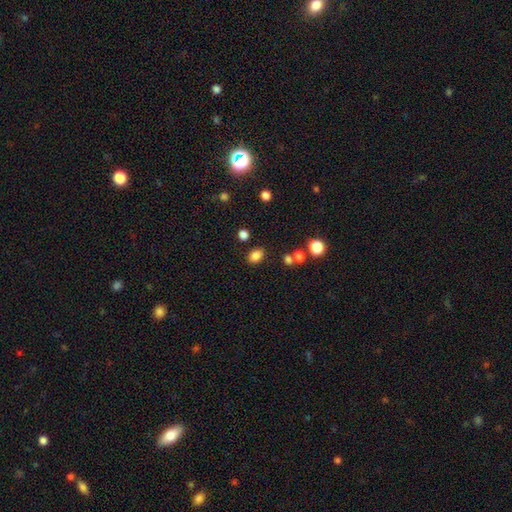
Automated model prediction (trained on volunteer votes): smooth_or_featured: smooth (p=0.83) [alt: star or artifact p=0.11]
how_rounded: in between (p=0.78) [alt: round p=0.20]
merging: none (p=0.81) [alt: minor disturbance p=0.10]